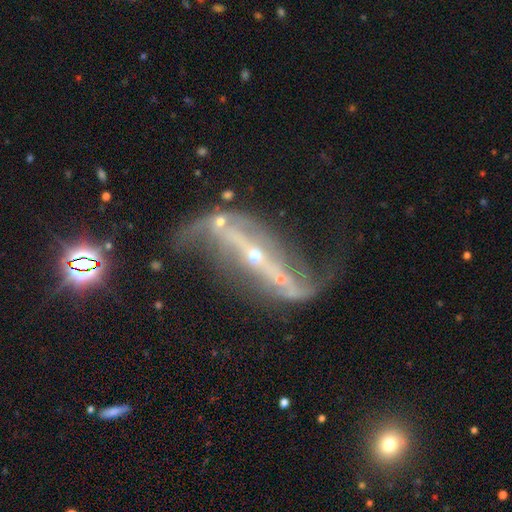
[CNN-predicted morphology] featured or disk 89%, star or artifact 7%, smooth 4%. Down the decision tree: edge-on disk — no (80%); bar — strong (65%); spiral arms — yes (92%); spiral arm count — 2 (91%); spiral winding — loose (80%); bulge size — small (80%); merging — none (49%).